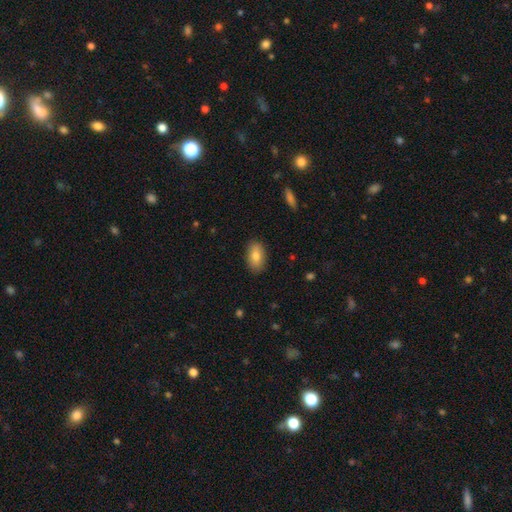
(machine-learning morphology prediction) Overall: smooth (81%). How rounded: in between (91%). Merging: none (87%).